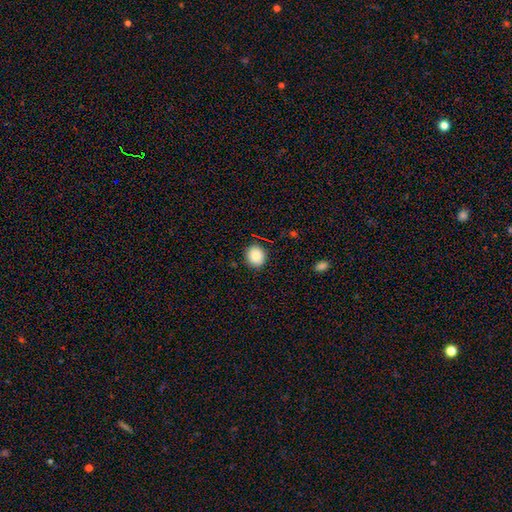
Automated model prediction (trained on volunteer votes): A smooth galaxy with no disk features (85%) that is round (80%).

Vote fractions:
- Smooth or featured? smooth: 85% / star or artifact: 9% / featured or disk: 6%
- How rounded? round: 80% / in between: 19% / cigar-shaped: 1%
- Merging? none: 87% / minor disturbance: 9% / major disturbance: 2% / merger: 1%